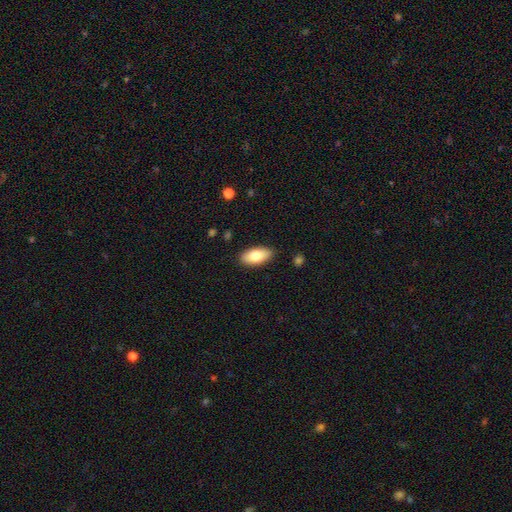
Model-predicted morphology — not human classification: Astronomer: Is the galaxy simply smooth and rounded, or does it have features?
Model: smooth — 79%.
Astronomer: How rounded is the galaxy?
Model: in between — 90%.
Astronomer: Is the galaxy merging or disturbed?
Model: none — 88%.